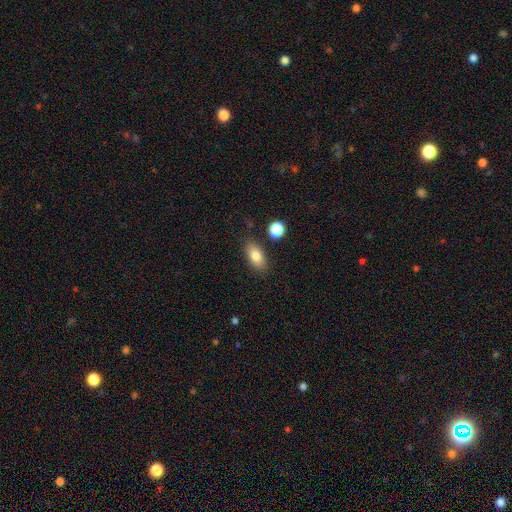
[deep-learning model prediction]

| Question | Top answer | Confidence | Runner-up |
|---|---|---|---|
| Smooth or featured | smooth | 81% | featured or disk (11%) |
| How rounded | in between | 86% | cigar-shaped (7%) |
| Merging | none | 83% | minor disturbance (11%) |